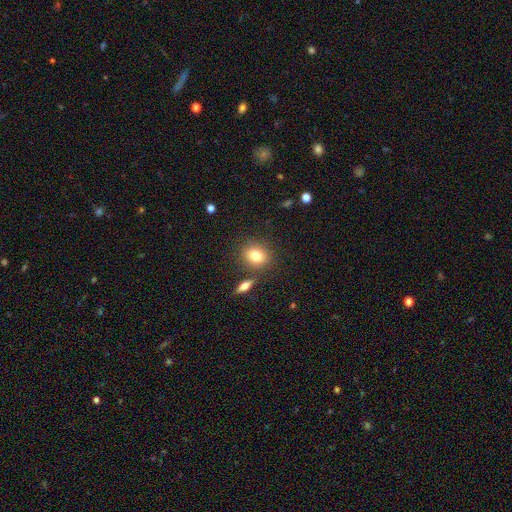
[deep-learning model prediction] This appears to be a smooth galaxy with no disk features (79%) that is round (57%). Merging: none (79%).